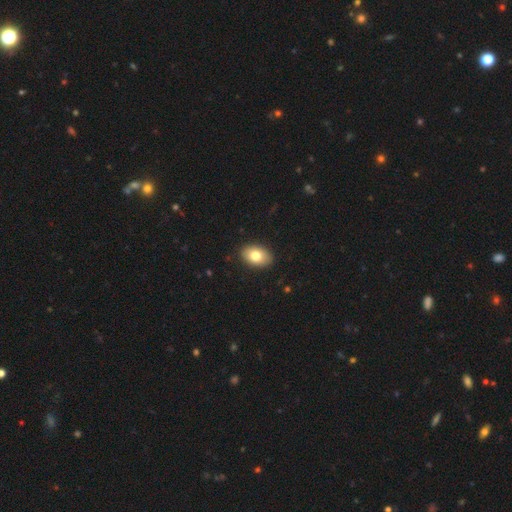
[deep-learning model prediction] smooth_or_featured: smooth (p=0.79) [alt: featured or disk p=0.13]
how_rounded: in between (p=0.86) [alt: round p=0.13]
merging: none (p=0.90) [alt: minor disturbance p=0.08]